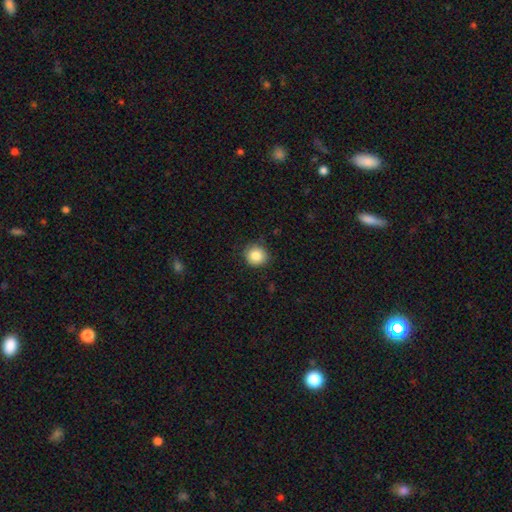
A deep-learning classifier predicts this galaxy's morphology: Overall: smooth (85%). How rounded: round (90%). Merging: none (83%).